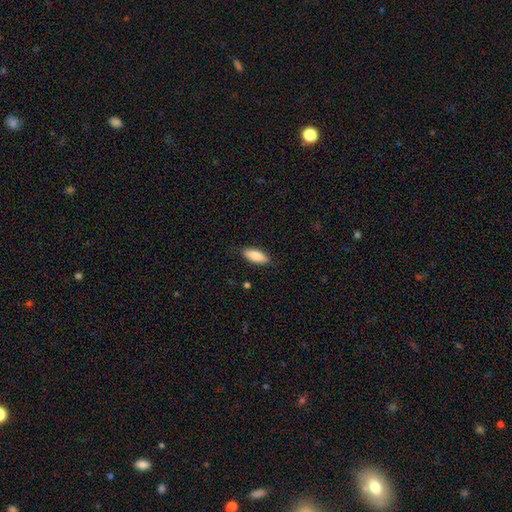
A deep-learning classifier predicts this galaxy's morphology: This is clearly a smooth galaxy (85%). How rounded: likely in between (74%). Merging: clearly none (85%).